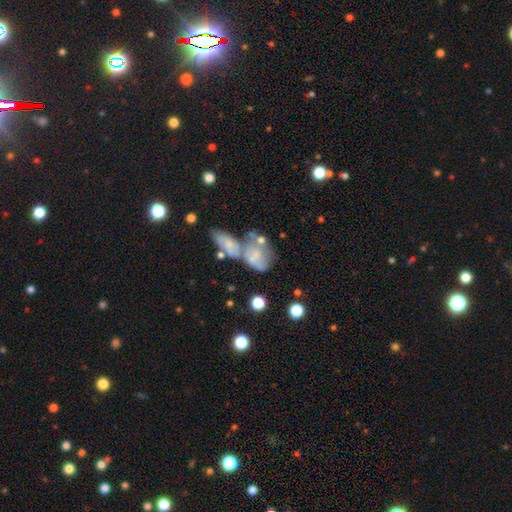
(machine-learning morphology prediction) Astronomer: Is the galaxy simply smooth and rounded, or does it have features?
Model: smooth — 47% (runner-up: featured or disk, 41%).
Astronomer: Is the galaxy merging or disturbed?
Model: merger — 51%.